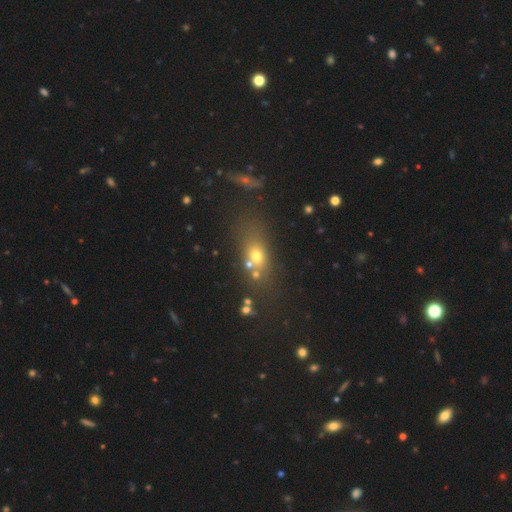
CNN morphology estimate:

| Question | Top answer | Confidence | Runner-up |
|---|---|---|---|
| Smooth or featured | smooth | 60% | featured or disk (21%) |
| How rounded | in between | 55% | round (35%) |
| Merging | none | 55% | merger (23%) |